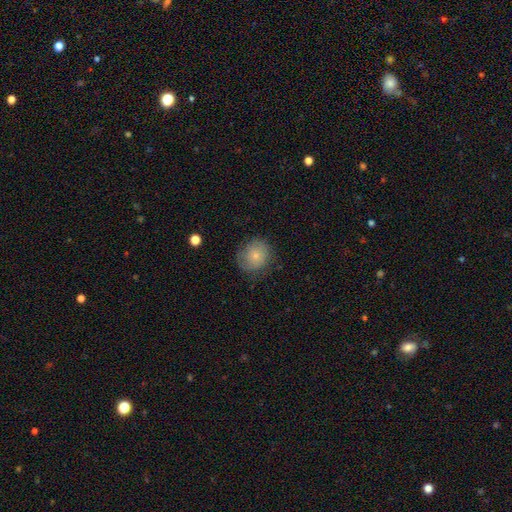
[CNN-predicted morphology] This is likely a smooth galaxy (74%). How rounded: clearly round (85%). Merging: likely none (74%).